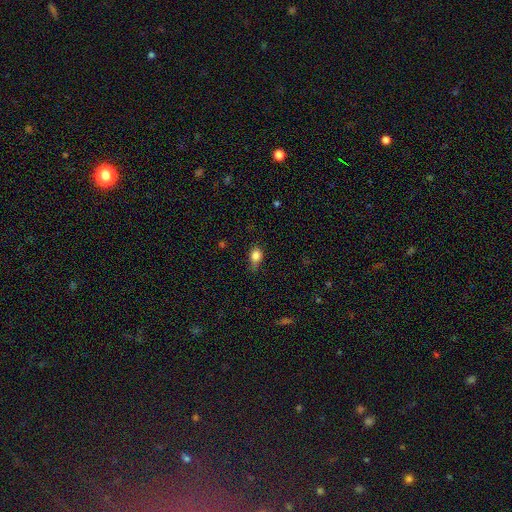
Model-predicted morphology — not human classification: type=smooth (83%); roundness=in between (66%); merging=none (58%).